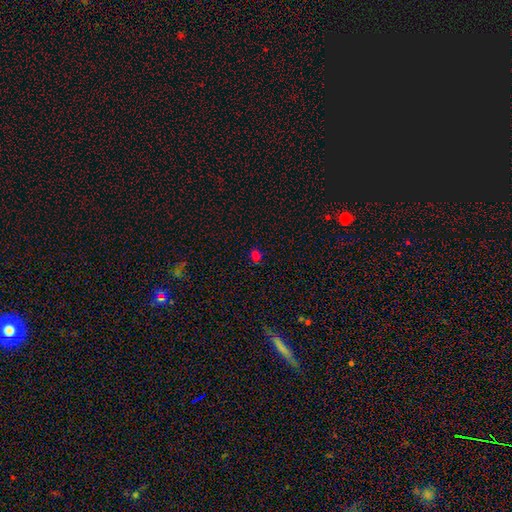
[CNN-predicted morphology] Smooth or featured? smooth (60%)
How rounded? round (58%)
Merging? none (74%)